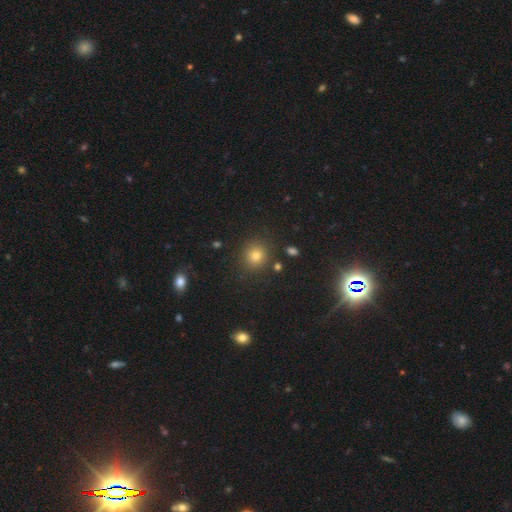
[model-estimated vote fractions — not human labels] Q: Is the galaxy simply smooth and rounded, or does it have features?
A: smooth — 74%.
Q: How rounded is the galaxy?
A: round — 87%.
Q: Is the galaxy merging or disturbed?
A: none — 86%.